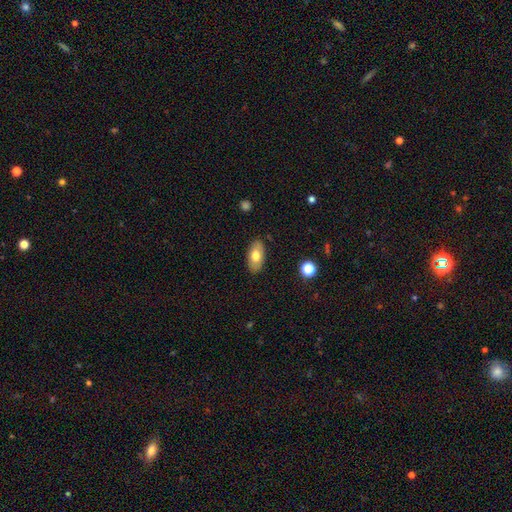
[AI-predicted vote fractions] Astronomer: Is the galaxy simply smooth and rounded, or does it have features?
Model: smooth — 69%.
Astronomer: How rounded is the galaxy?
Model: in between — 92%.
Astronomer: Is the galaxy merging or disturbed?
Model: none — 86%.